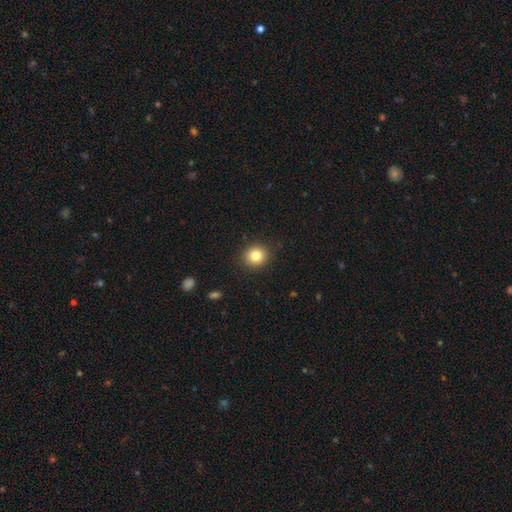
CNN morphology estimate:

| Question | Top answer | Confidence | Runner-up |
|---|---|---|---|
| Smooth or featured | smooth | 82% | star or artifact (10%) |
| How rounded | round | 84% | in between (15%) |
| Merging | none | 90% | minor disturbance (7%) |